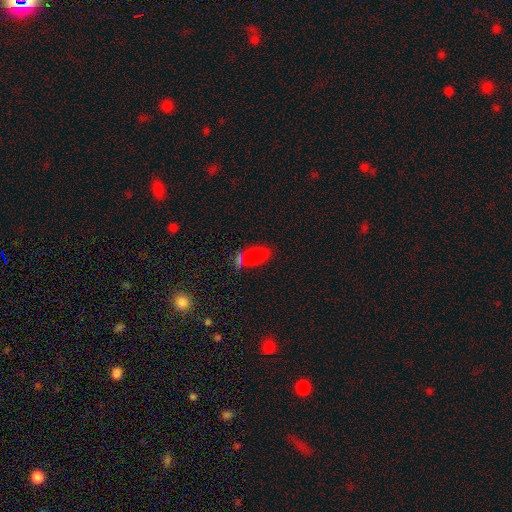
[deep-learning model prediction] A smooth galaxy with no disk features (79%) that is in between round and cigar-shaped (89%). Merging: none (49%).